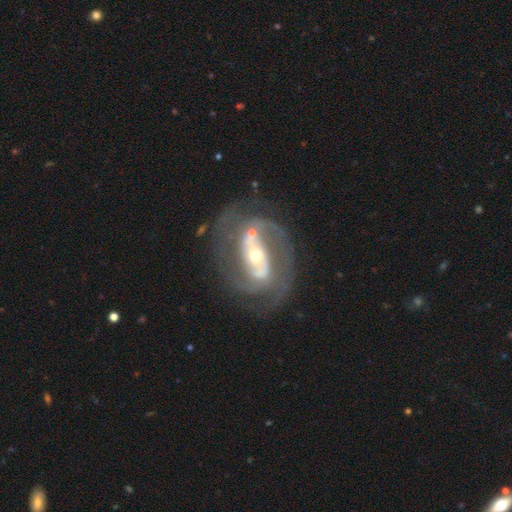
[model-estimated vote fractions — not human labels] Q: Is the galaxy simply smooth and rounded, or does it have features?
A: featured or disk — 87%.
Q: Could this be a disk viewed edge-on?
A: no — 97%.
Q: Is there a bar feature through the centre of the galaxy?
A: no — 34%.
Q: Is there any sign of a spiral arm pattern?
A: yes — 92%.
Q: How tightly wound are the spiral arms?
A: medium — 48%.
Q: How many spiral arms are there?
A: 2 — 74%.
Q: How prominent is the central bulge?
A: moderate — 51%.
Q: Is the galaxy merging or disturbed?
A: none — 57%.